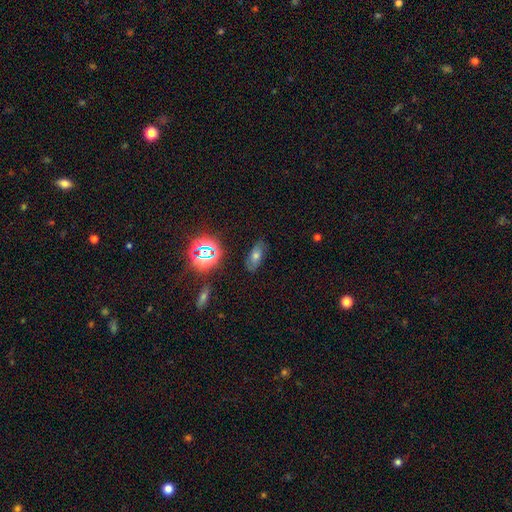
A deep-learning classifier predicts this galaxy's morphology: smooth 45%, star or artifact 32%, featured or disk 23%. Down the decision tree: merging — none (80%).